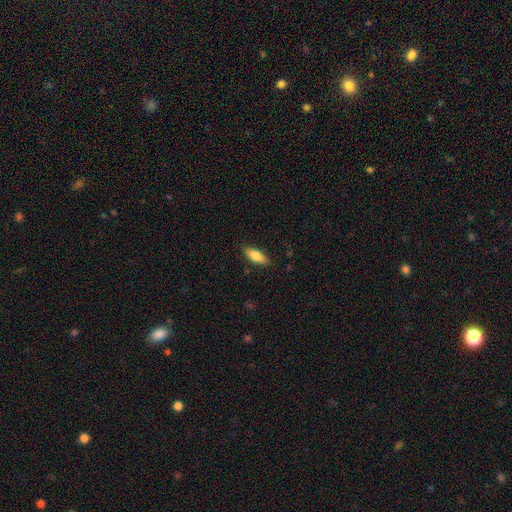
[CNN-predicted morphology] A smooth galaxy with no disk features (82%) that is in between round and cigar-shaped (71%).

Vote fractions:
- Smooth or featured? smooth: 82% / featured or disk: 12% / star or artifact: 6%
- How rounded? in between: 71% / cigar-shaped: 27% / round: 2%
- Merging? none: 85% / minor disturbance: 11% / major disturbance: 2% / merger: 1%